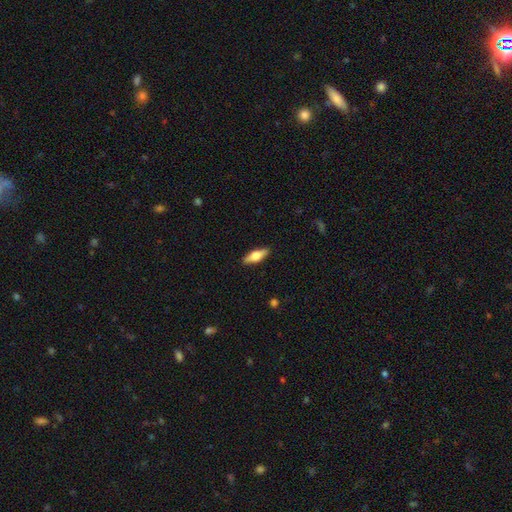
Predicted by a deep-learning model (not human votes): A smooth galaxy with no disk features (48%). Merging: none (89%).